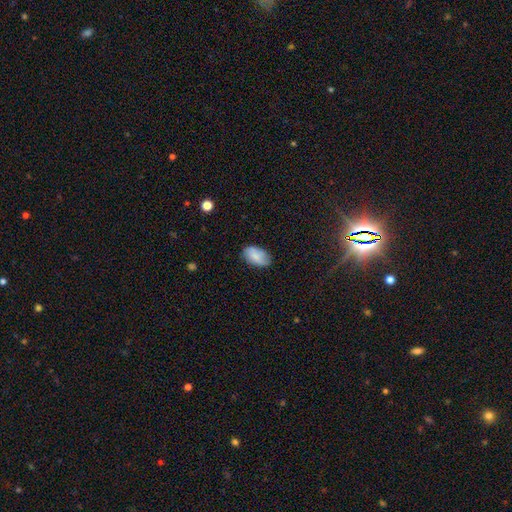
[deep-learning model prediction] Smooth or featured? smooth (78%)
How rounded? in between (94%)
Merging? none (77%)